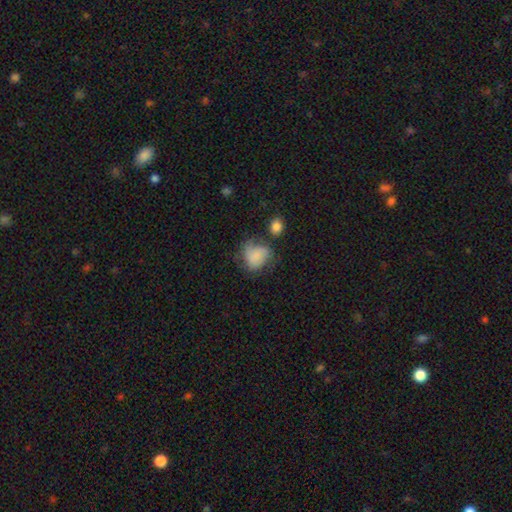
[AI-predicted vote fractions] Overall: smooth (71%). How rounded: round (54%; in between 45%). Merging: none (41%; minor disturbance 29%).